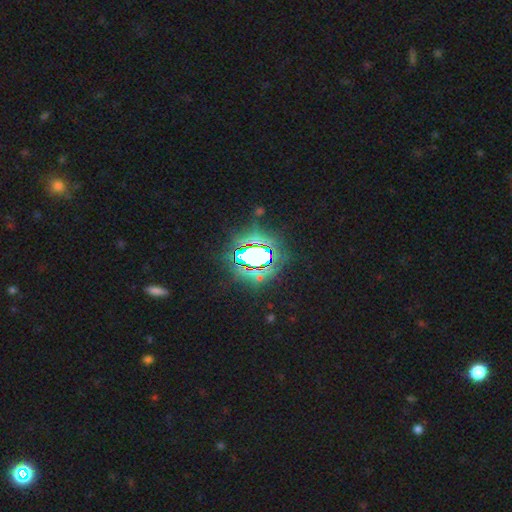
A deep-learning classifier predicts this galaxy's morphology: This is likely a star or artifact rather than a galaxy (72%).